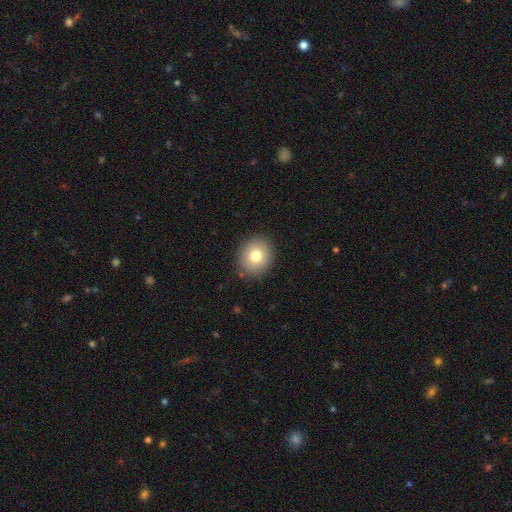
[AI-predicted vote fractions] Smooth or featured? Predicted: smooth (p=0.77). How rounded? Predicted: round (p=0.81). Merging? Predicted: none (p=0.88).